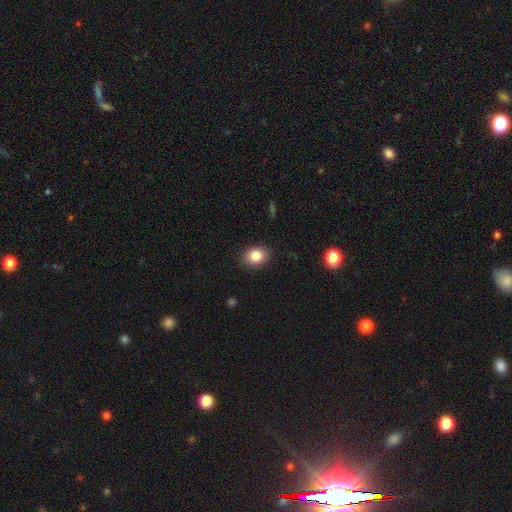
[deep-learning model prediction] A smooth galaxy with no disk features (85%) that is in between round and cigar-shaped (50%). Merging: none (88%).